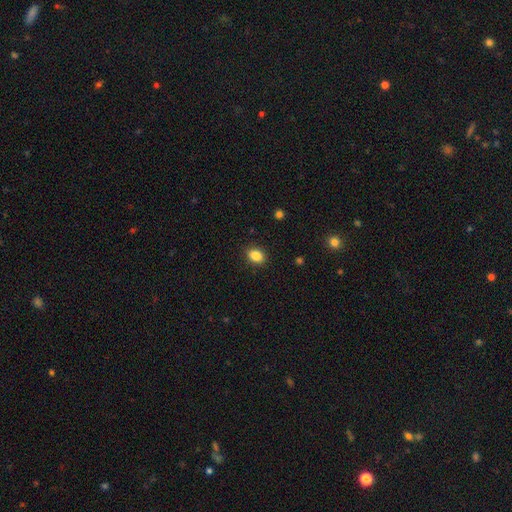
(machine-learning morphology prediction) A smooth galaxy with no disk features (86%) that is in between round and cigar-shaped (69%).

Vote fractions:
- Smooth or featured? smooth: 86% / star or artifact: 9% / featured or disk: 4%
- How rounded? in between: 69% / round: 29% / cigar-shaped: 1%
- Merging? none: 89% / minor disturbance: 8% / major disturbance: 2% / merger: 1%